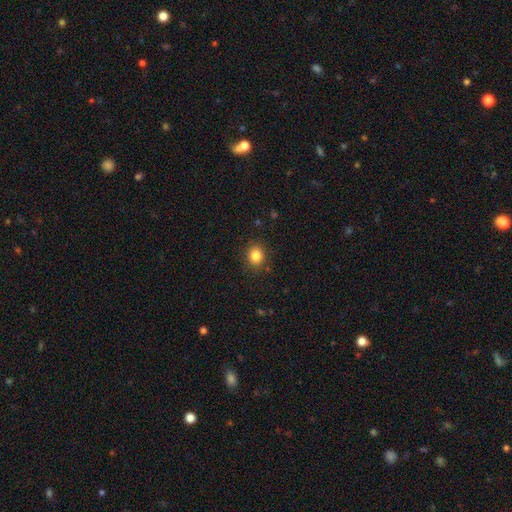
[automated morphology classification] A smooth galaxy with no disk features (84%) that is round (72%).

Vote fractions:
- Smooth or featured? smooth: 84% / star or artifact: 11% / featured or disk: 5%
- How rounded? round: 72% / in between: 27% / cigar-shaped: 1%
- Merging? none: 87% / minor disturbance: 9% / major disturbance: 3% / merger: 1%